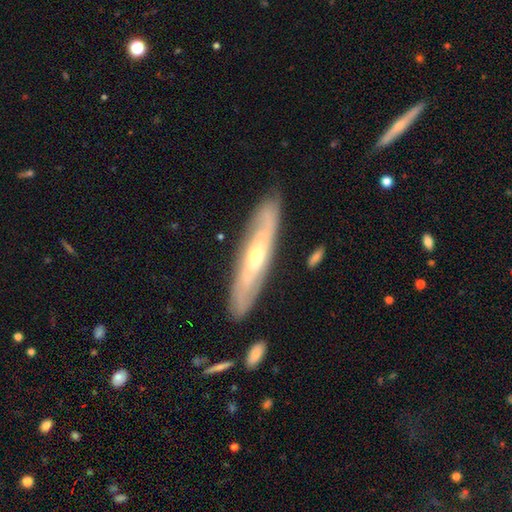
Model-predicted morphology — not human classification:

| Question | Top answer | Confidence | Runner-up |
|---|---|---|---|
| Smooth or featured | featured or disk | 65% | smooth (29%) |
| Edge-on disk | no | 57% | yes (43%) |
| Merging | none | 83% | minor disturbance (12%) |